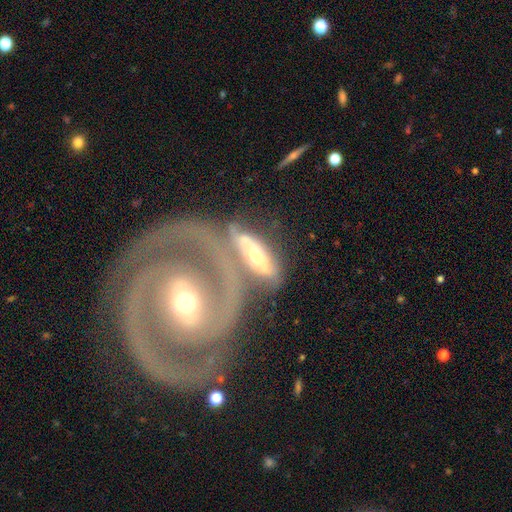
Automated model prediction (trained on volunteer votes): Smooth or featured: featured or disk — 62% (smooth — 31%)
Edge-on disk: no — 73% (yes — 27%)
Merging: merger — 45% (none — 29%)